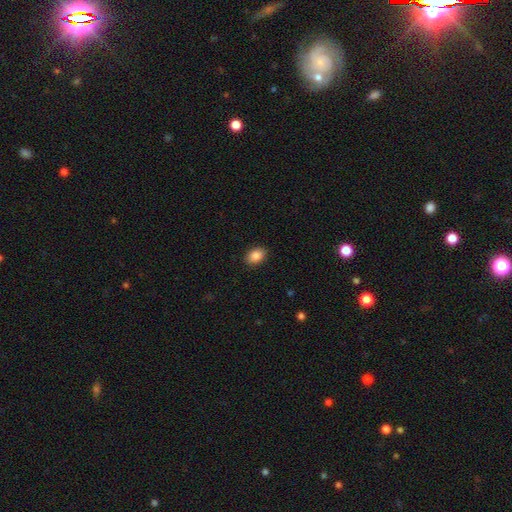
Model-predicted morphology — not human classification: Smooth or featured? Predicted: smooth (p=0.87). How rounded? Predicted: in between (p=0.76). Merging? Predicted: none (p=0.89).